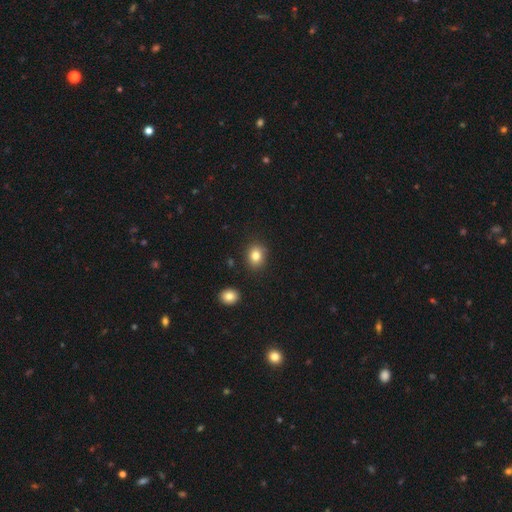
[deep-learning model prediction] The model was most divided on "how rounded": round: 61%, in between: 38%, cigar-shaped: 1%. More confident: merging — none (86%); smooth or featured — smooth (83%).